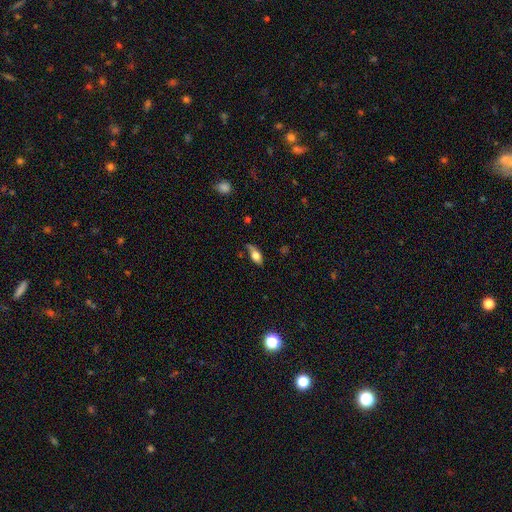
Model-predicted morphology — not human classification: smooth_or_featured: smooth (p=0.67) [alt: featured or disk p=0.25]
how_rounded: in between (p=0.80) [alt: cigar-shaped p=0.15]
merging: none (p=0.59) [alt: minor disturbance p=0.30]